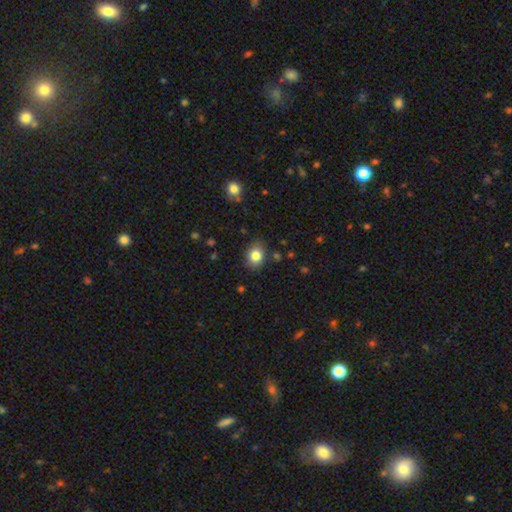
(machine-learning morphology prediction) This is clearly a smooth galaxy (82%). How rounded: possibly in between (52%). Merging: clearly none (83%).